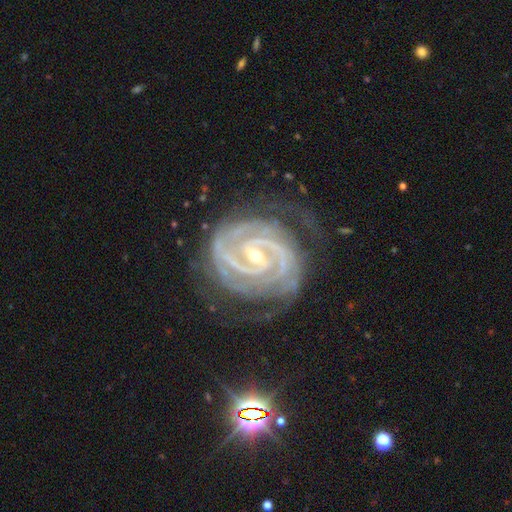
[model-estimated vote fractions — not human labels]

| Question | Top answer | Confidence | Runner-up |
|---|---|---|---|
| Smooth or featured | featured or disk | 93% | star or artifact (4%) |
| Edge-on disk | no | 97% | yes (3%) |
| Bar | weak | 41% | strong (39%) |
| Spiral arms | yes | 98% | no (2%) |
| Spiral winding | tight | 76% | medium (21%) |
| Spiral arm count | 2 | 55% | 3 (16%) |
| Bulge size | small | 59% | moderate (38%) |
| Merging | none | 66% | minor disturbance (20%) |